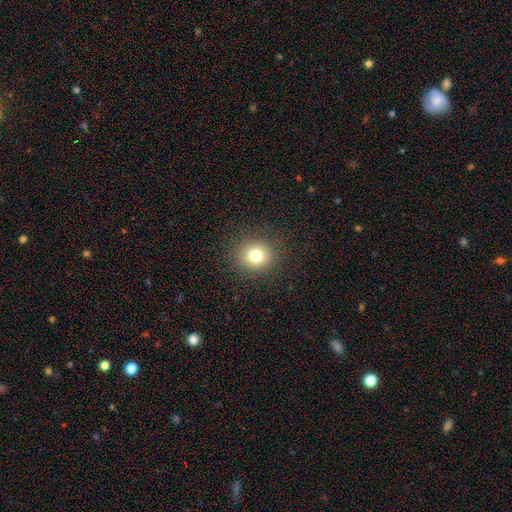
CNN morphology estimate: Smooth or featured? Predicted: smooth (p=0.78). How rounded? Predicted: round (p=0.87). Merging? Predicted: none (p=0.90).